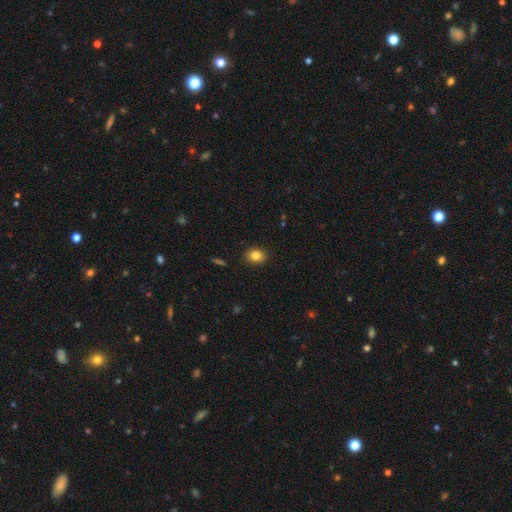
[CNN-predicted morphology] smooth_or_featured: smooth (p=0.85) [alt: star or artifact p=0.09]
how_rounded: in between (p=0.57) [alt: round p=0.42]
merging: none (p=0.89) [alt: minor disturbance p=0.08]